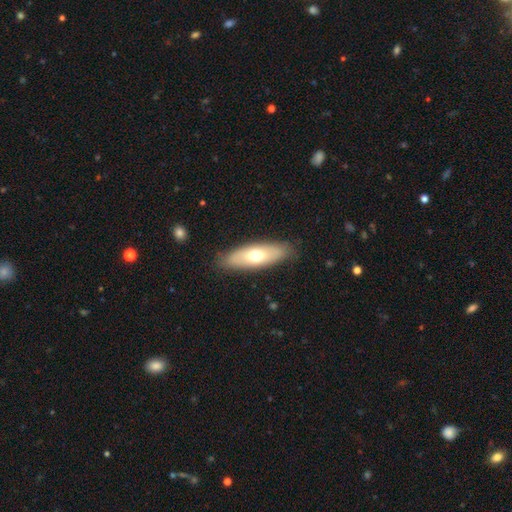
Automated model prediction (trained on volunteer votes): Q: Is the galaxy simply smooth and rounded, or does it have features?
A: smooth — 61%.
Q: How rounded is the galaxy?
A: in between — 61%.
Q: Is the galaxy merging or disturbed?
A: none — 84%.